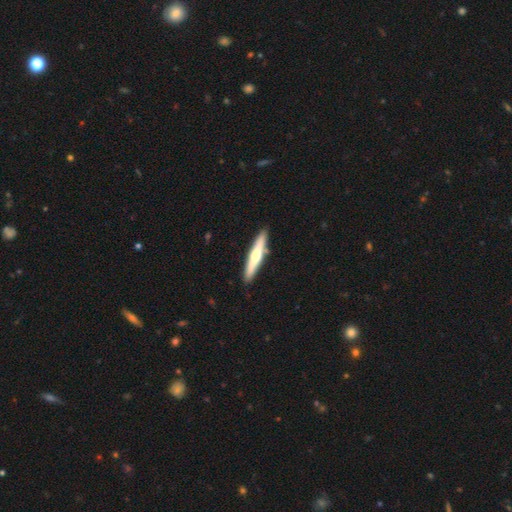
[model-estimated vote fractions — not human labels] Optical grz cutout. It shows a featured or disk galaxy (51%) viewed edge-on (94%). Merging: none (88%).